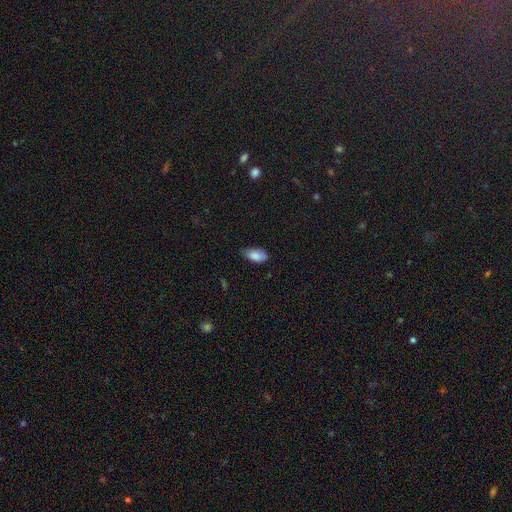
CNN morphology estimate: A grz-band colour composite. It shows a smooth galaxy with no disk features (86%) that is in between round and cigar-shaped (93%). Merging: none (60%).